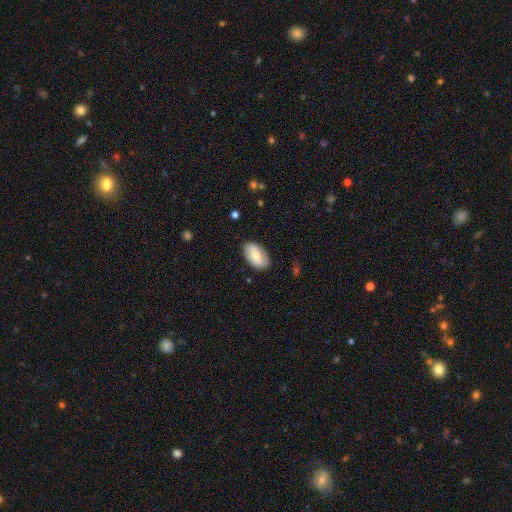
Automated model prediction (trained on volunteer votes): Smooth or featured: smooth — 65% (featured or disk — 29%)
How rounded: in between — 94% (round — 4%)
Merging: none — 84% (minor disturbance — 12%)